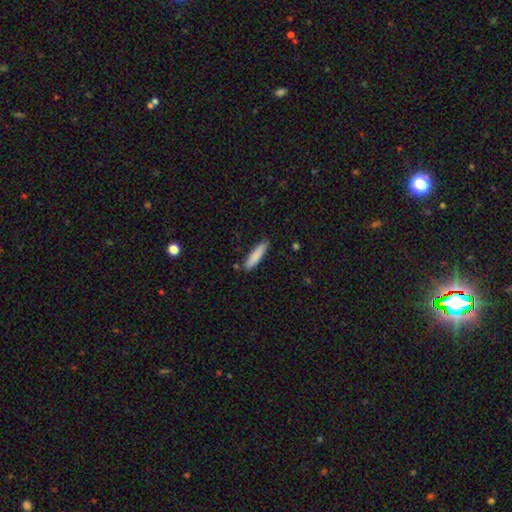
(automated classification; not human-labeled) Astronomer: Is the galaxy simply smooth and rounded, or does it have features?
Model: smooth — 85%.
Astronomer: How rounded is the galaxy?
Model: cigar-shaped — 81%.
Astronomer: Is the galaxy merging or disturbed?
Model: none — 85%.